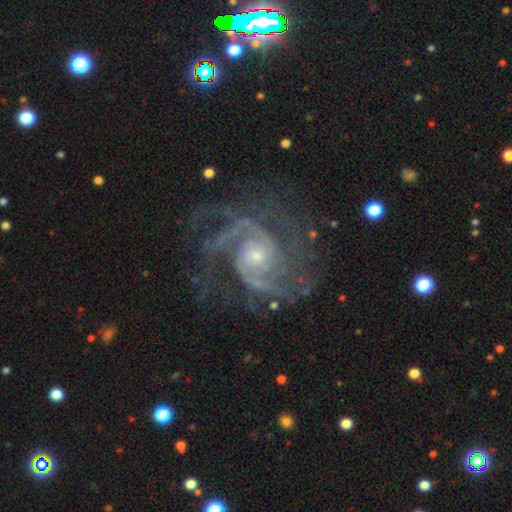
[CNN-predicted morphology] Smooth or featured? featured or disk (92%)
Edge-on disk? no (98%)
Bar? no (64%)
Spiral arms? yes (98%)
Spiral winding? medium (50%)
Spiral arm count? 2 (48%)
Bulge size? small (65%)
Merging? none (67%)